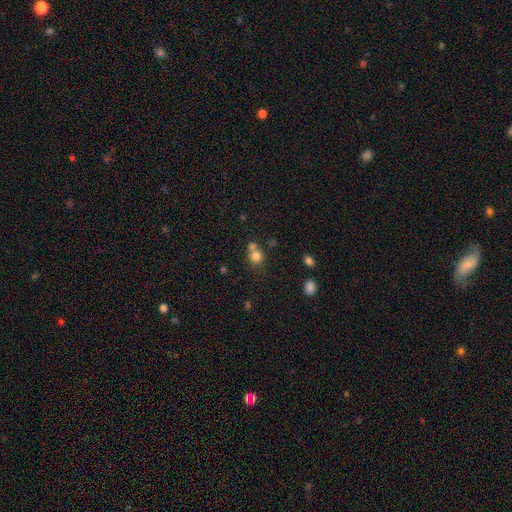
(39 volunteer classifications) Smooth or featured: smooth — 87% (featured or disk — 10%)
How rounded: round — 85% (in between — 15%)
Merging: none — 55% (merger — 39%)